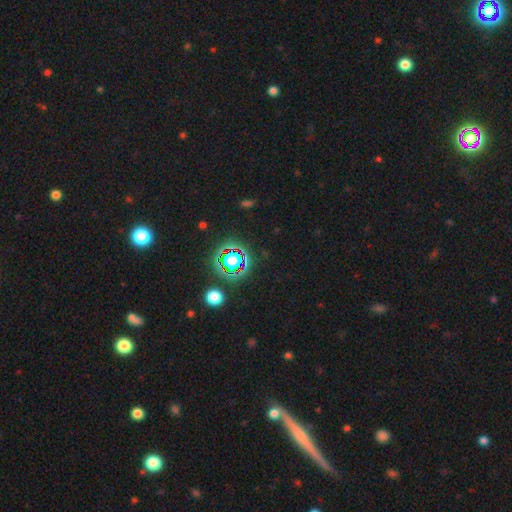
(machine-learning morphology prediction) This appears to be a star or artifact, not a galaxy (72%).